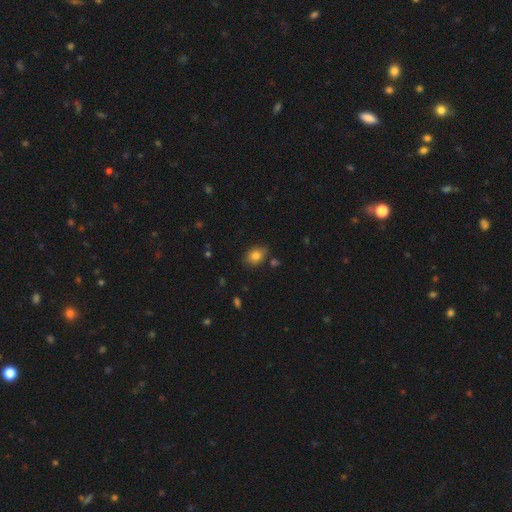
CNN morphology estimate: Smooth or featured? Predicted: smooth (p=0.80). How rounded? Predicted: in between (p=0.67). Merging? Predicted: none (p=0.77).